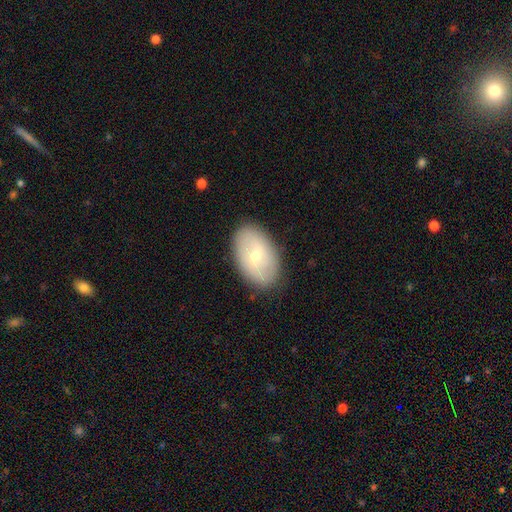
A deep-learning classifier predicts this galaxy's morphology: type=smooth (52%); roundness=in between (90%); merging=none (85%).